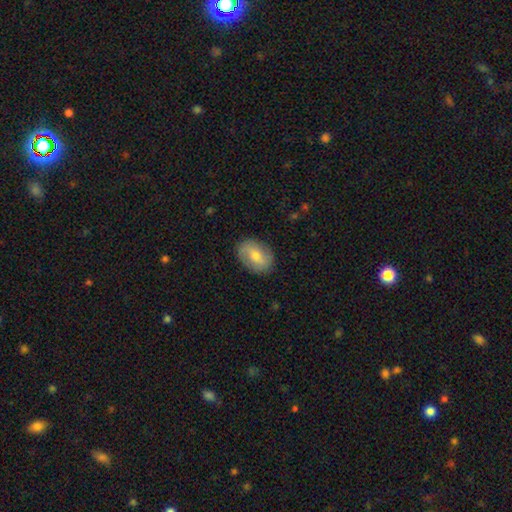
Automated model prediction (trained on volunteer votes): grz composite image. It shows a smooth galaxy with no disk features (59%) that is in between round and cigar-shaped (77%). Merging: none (86%).